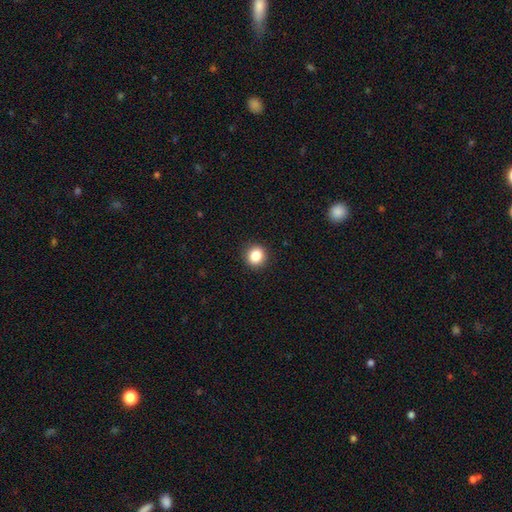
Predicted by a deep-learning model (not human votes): Smooth or featured: smooth — 86% (star or artifact — 10%)
How rounded: round — 88% (in between — 12%)
Merging: none — 92% (minor disturbance — 5%)